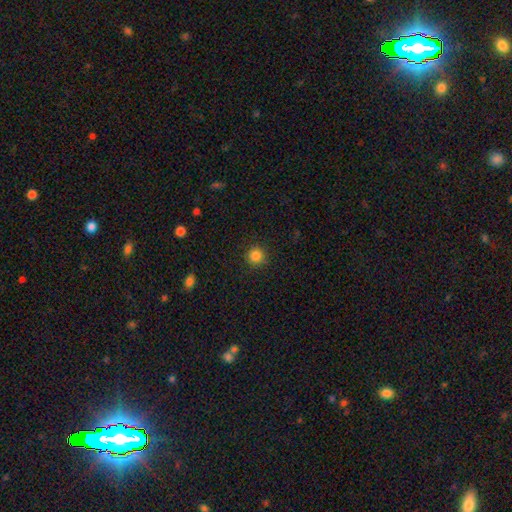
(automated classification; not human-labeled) A smooth galaxy with no disk features (84%) that is round (93%). Merging: none (90%).